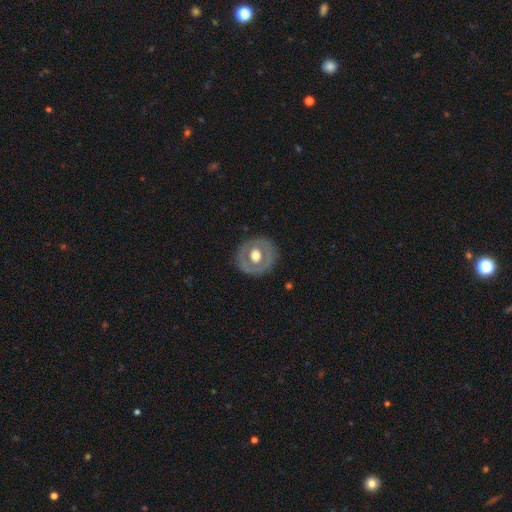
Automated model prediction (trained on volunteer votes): Q: Smooth or featured?
A: featured or disk (53%); runner-up: smooth (41%)
Q: Edge-on disk?
A: no (95%); runner-up: yes (5%)
Q: Bar?
A: no (84%); runner-up: weak (12%)
Q: Spiral arms?
A: no (90%); runner-up: yes (10%)
Q: Bulge size?
A: moderate (55%); runner-up: large (39%)
Q: Merging?
A: none (84%); runner-up: minor disturbance (11%)